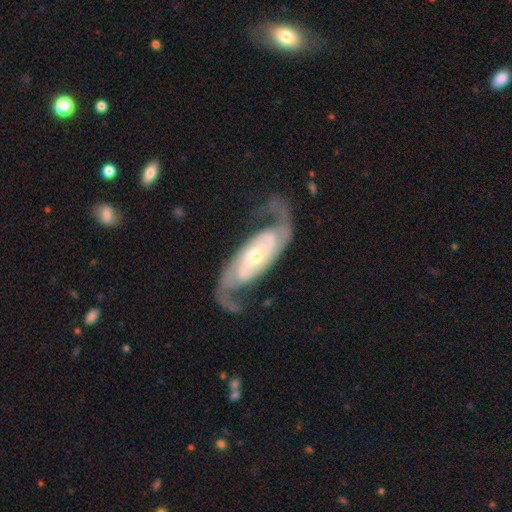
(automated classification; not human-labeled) Smooth or featured?
  - featured or disk: 90% *
  - smooth: 6%
  - star or artifact: 4%
Edge-on disk?
  - no: 94% *
  - yes: 6%
Bar?
  - no: 50% *
  - weak: 29%
  - strong: 20%
Spiral arms?
  - yes: 97% *
  - no: 3%
Spiral winding?
  - medium: 45% *
  - loose: 29%
  - tight: 27%
Spiral arm count?
  - 2: 92% *
  - can't tell: 3%
  - 1: 2%
  - 3: 1%
  - 4: 1%
  - more than 4: 1%
Bulge size?
  - small: 56% *
  - moderate: 38%
  - large: 3%
  - none: 1%
  - dominant: 1%
Merging?
  - none: 71% *
  - minor disturbance: 14%
  - major disturbance: 13%
  - merger: 2%